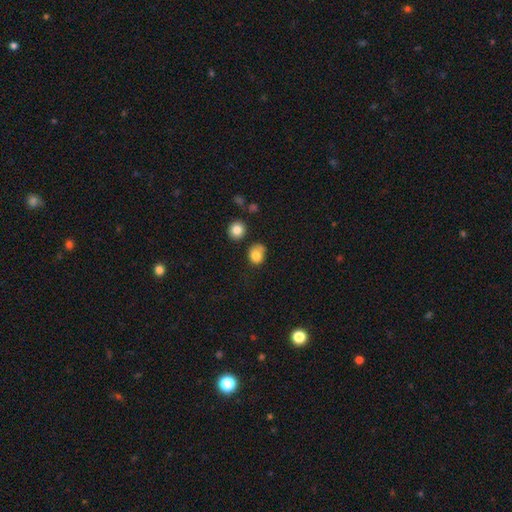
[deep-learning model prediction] A smooth galaxy with no disk features (80%) that is round (60%).

Vote fractions:
- Smooth or featured? smooth: 80% / star or artifact: 10% / featured or disk: 10%
- How rounded? round: 60% / in between: 39% / cigar-shaped: 1%
- Merging? none: 51% / minor disturbance: 29% / merger: 10% / major disturbance: 9%